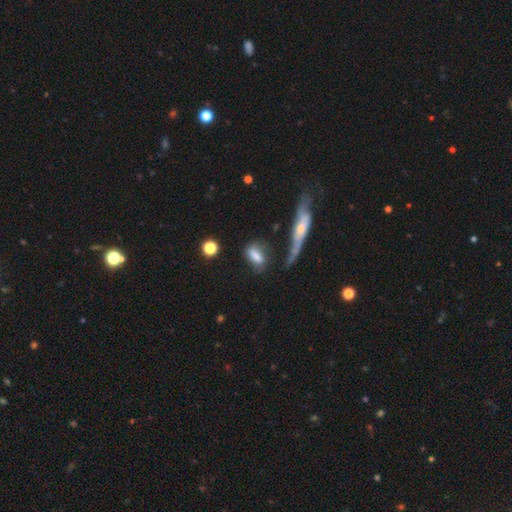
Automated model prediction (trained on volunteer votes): A smooth galaxy with no disk features (72%) that is in between round and cigar-shaped (73%). Merging: none (54%).